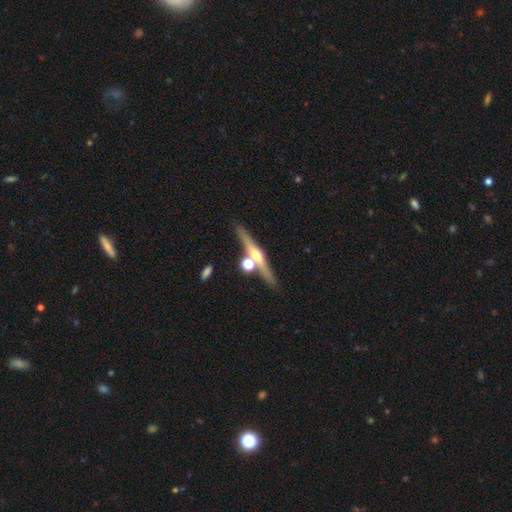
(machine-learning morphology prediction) A featured or disk galaxy (67%) viewed edge-on (94%) with a rounded central bulge (92%). Merging: none (74%).